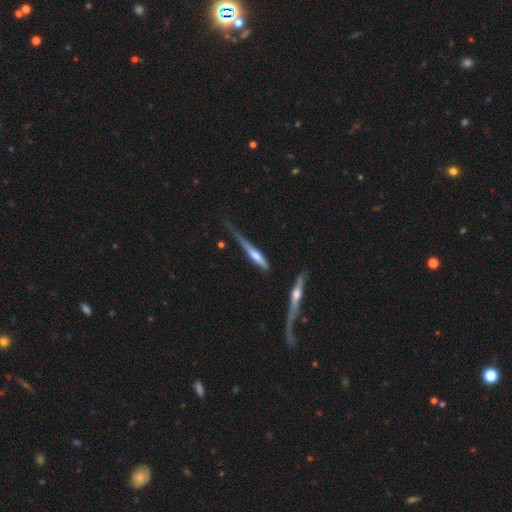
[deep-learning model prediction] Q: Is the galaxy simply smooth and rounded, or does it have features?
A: featured or disk — 52%.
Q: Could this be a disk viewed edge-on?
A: yes — 92%.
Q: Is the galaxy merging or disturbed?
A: none — 40%.